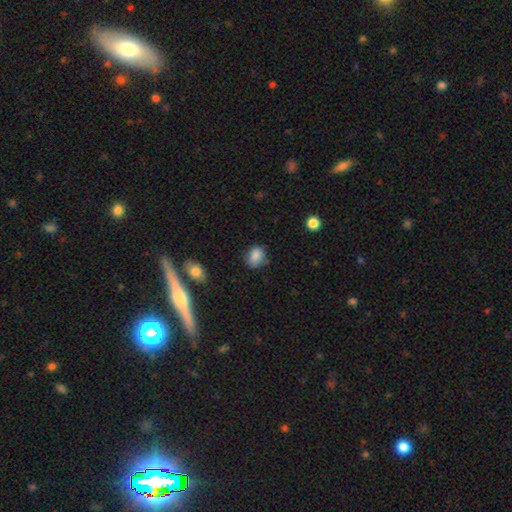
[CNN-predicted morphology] A smooth galaxy with no disk features (85%) that is in between round and cigar-shaped (64%). Merging: none (70%).